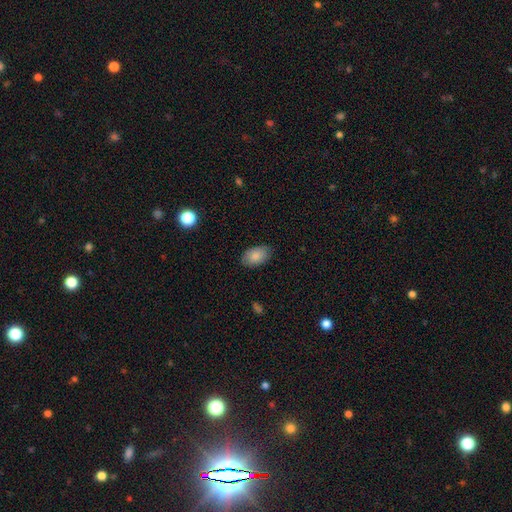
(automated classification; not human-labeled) smooth_or_featured: smooth (p=0.85) [alt: featured or disk p=0.08]
how_rounded: in between (p=0.92) [alt: round p=0.07]
merging: none (p=0.83) [alt: minor disturbance p=0.14]